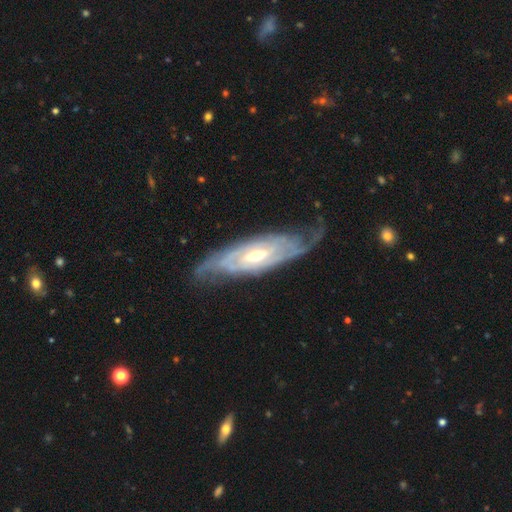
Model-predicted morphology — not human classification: Smooth or featured? featured or disk (87%)
Edge-on disk? no (82%)
Bar? weak (43%)
Spiral arms? yes (93%)
Spiral winding? tight (60%)
Spiral arm count? can't tell (39%)
Bulge size? moderate (62%)
Merging? none (67%)